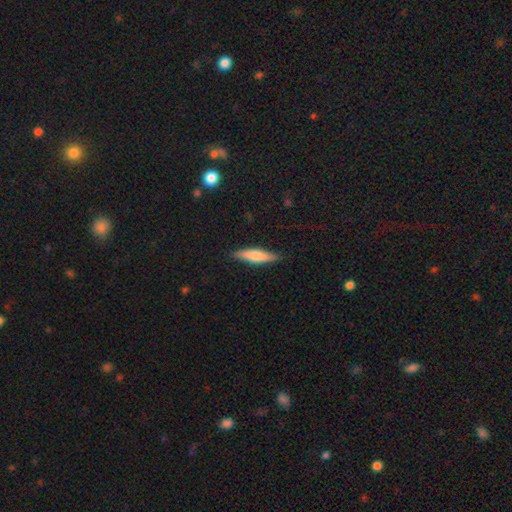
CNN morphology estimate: A smooth galaxy with no disk features (69%) that is cigar-shaped (75%). Merging: none (85%).